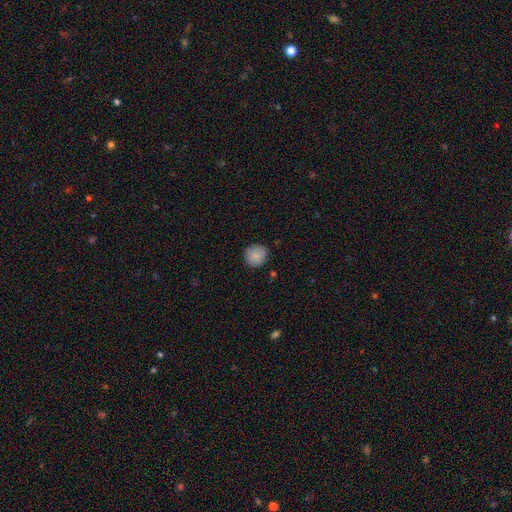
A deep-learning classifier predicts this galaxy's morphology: The model was most divided on "merging": none: 85%, minor disturbance: 12%, major disturbance: 2%, merger: 1%. More confident: how rounded — round (89%); smooth or featured — smooth (87%).